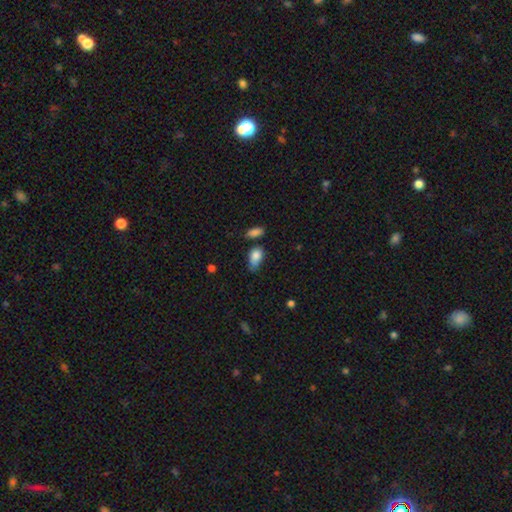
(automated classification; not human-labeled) Smooth or featured?
  - smooth: 82% *
  - featured or disk: 9%
  - star or artifact: 8%
How rounded?
  - in between: 87% *
  - round: 9%
  - cigar-shaped: 3%
Merging?
  - minor disturbance: 42% *
  - none: 36%
  - major disturbance: 13%
  - merger: 9%